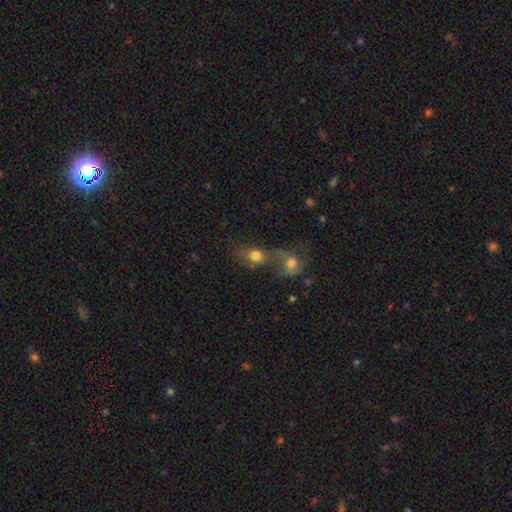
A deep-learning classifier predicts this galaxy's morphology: Q: Smooth or featured?
A: smooth (74%); runner-up: featured or disk (13%)
Q: How rounded?
A: round (56%); runner-up: in between (41%)
Q: Merging?
A: merger (62%); runner-up: none (24%)